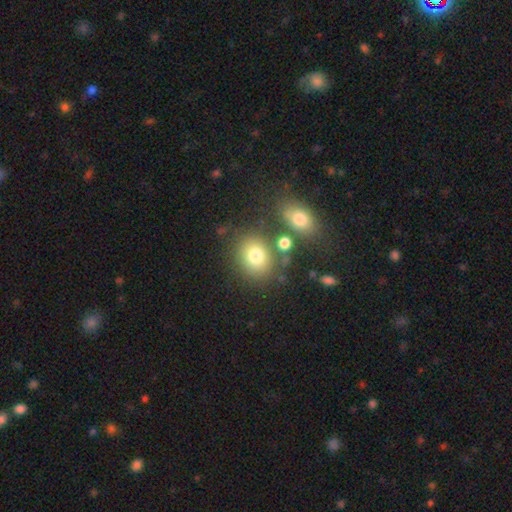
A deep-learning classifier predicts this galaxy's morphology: A smooth galaxy with no disk features (77%) that is round (64%).

Vote fractions:
- Smooth or featured? smooth: 77% / star or artifact: 12% / featured or disk: 11%
- How rounded? round: 64% / in between: 35% / cigar-shaped: 1%
- Merging? none: 72% / merger: 12% / minor disturbance: 11% / major disturbance: 5%